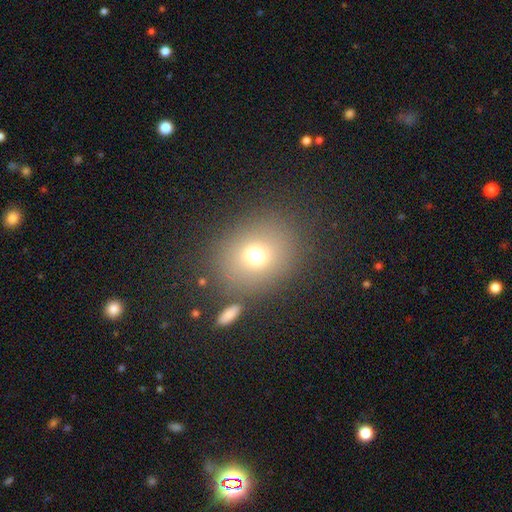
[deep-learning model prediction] A smooth galaxy with no disk features (71%) that is round (67%).

Vote fractions:
- Smooth or featured? smooth: 71% / star or artifact: 18% / featured or disk: 11%
- How rounded? round: 67% / in between: 31% / cigar-shaped: 1%
- Merging? none: 76% / minor disturbance: 10% / merger: 8% / major disturbance: 6%